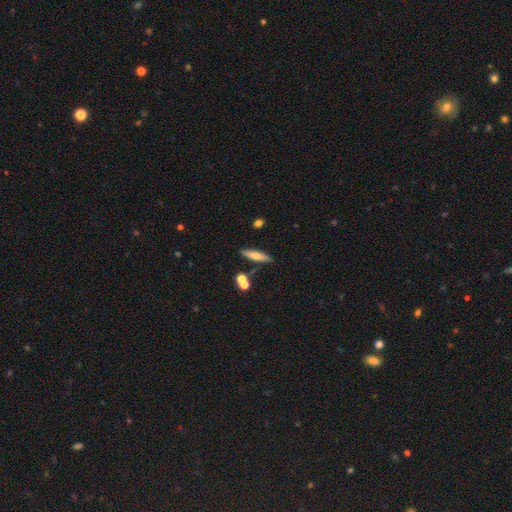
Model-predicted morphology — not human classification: smooth_or_featured: smooth (p=0.59) [alt: featured or disk p=0.34]
how_rounded: cigar-shaped (p=0.79) [alt: in between p=0.18]
merging: none (p=0.81) [alt: minor disturbance p=0.10]